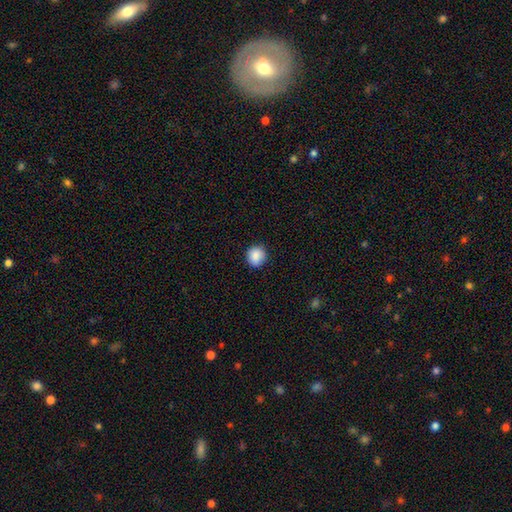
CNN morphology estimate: type=smooth (87%); roundness=round (90%); merging=none (89%).